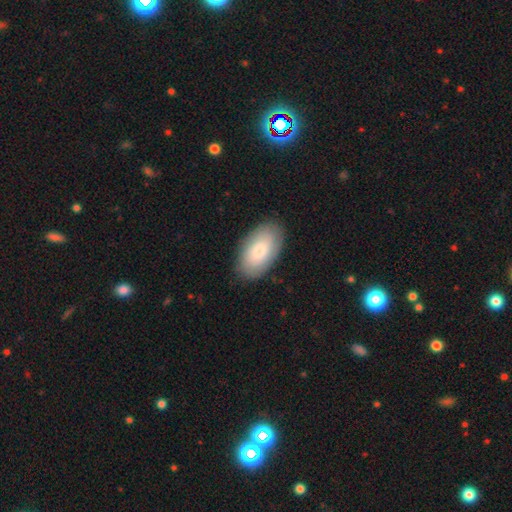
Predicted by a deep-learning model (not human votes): Smooth or featured? smooth (78%)
How rounded? in between (95%)
Merging? none (86%)